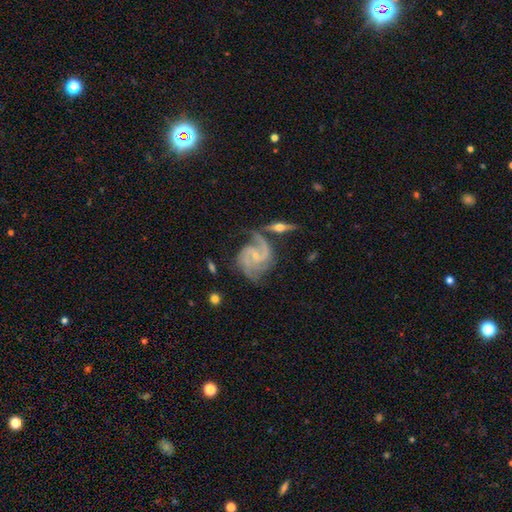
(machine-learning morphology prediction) featured or disk 90%, star or artifact 5%, smooth 5%. Down the decision tree: edge-on disk — no (97%); bar — no (48%); spiral arms — yes (98%); spiral arm count — 2 (55%); spiral winding — medium (53%); bulge size — small (75%); merging — none (57%).